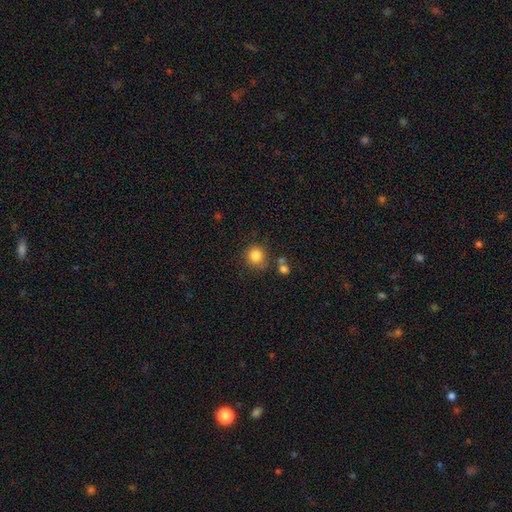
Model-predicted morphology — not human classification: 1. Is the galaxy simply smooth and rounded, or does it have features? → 84% smooth, 10% star or artifact, 6% featured or disk.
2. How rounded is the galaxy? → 89% round, 10% in between, 1% cigar-shaped.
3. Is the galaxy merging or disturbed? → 76% none, 12% minor disturbance, 7% merger, 4% major disturbance.